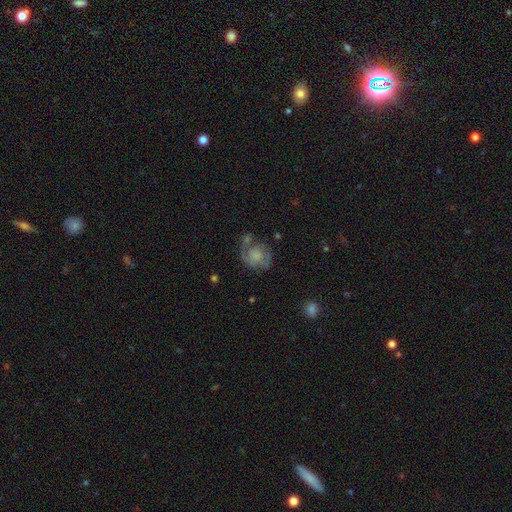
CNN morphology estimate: Smooth or featured?
  - featured or disk: 67% *
  - smooth: 25%
  - star or artifact: 8%
Edge-on disk?
  - no: 98% *
  - yes: 2%
Bar?
  - no: 74% *
  - weak: 22%
  - strong: 4%
Spiral arms?
  - yes: 86% *
  - no: 14%
Spiral winding?
  - medium: 41% *
  - tight: 39%
  - loose: 20%
Spiral arm count?
  - 2: 59% *
  - 1: 18%
  - can't tell: 14%
  - 3: 5%
  - 4: 2%
  - more than 4: 2%
Bulge size?
  - none: 36% *
  - small: 29%
  - moderate: 21%
  - large: 11%
  - dominant: 3%
Merging?
  - none: 50% *
  - minor disturbance: 22%
  - major disturbance: 20%
  - merger: 8%